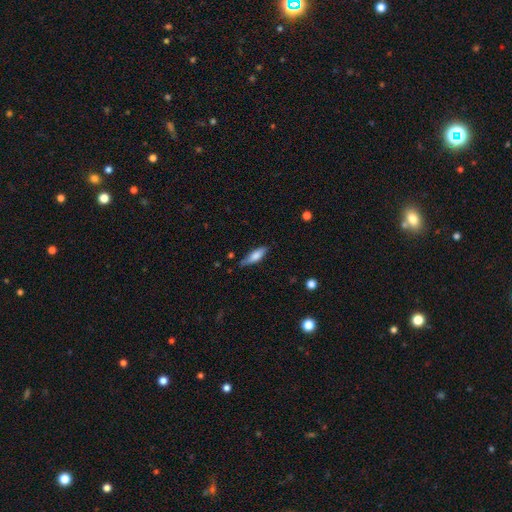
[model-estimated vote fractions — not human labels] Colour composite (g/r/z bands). It shows a smooth galaxy with no disk features (73%) that is in between round and cigar-shaped (50%). Merging: none (71%).